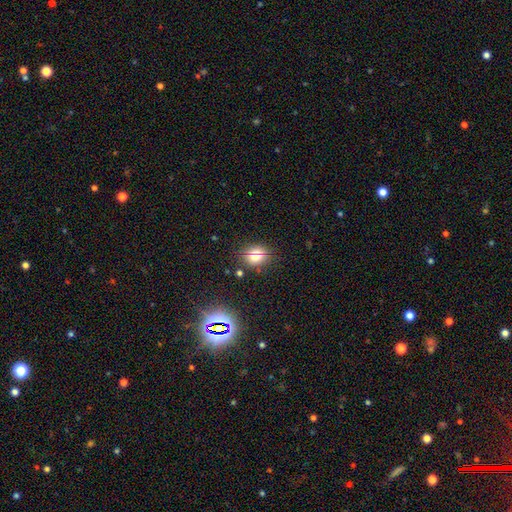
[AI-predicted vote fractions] This is likely a smooth galaxy (69%). How rounded: likely round (61%). Merging: likely none (77%).